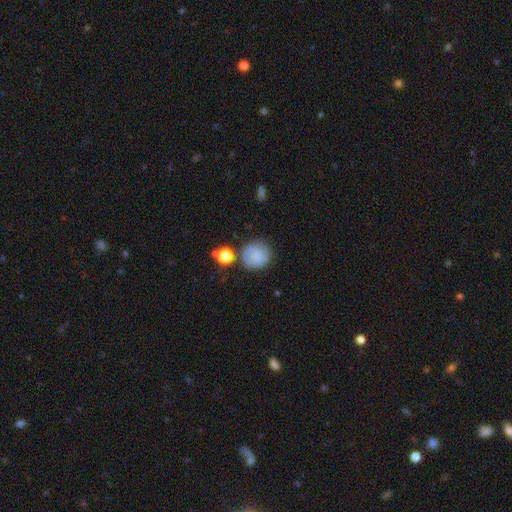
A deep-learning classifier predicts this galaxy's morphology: Smooth or featured? smooth (69%)
How rounded? round (89%)
Merging? none (70%)